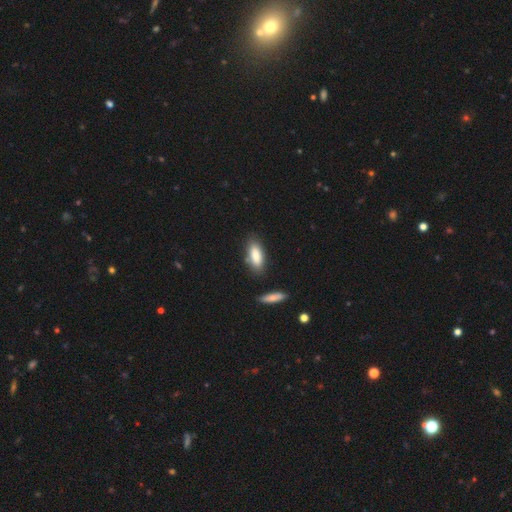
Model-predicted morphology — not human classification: smooth 84%, featured or disk 10%, star or artifact 6%. Down the decision tree: how rounded — in between (76%); merging — none (78%).